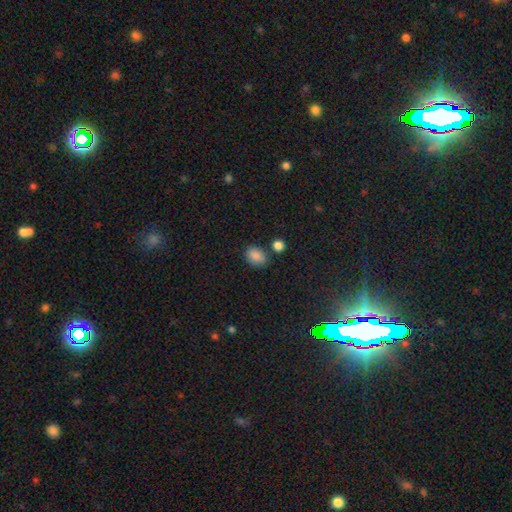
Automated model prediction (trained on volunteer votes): This is clearly a smooth galaxy (86%). How rounded: likely in between (64%). Merging: likely none (73%).